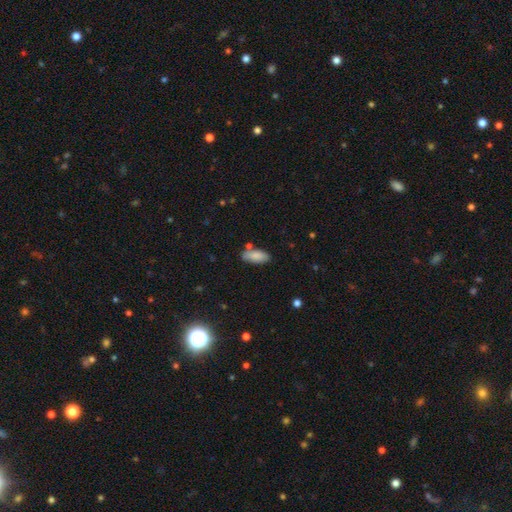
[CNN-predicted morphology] This is clearly a smooth galaxy (85%). How rounded: clearly in between (85%). Merging: likely none (73%).